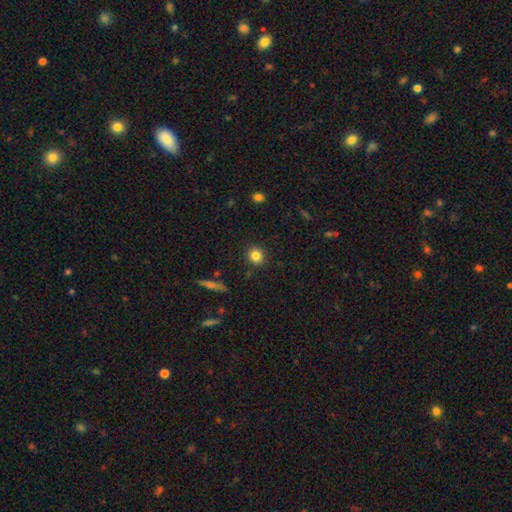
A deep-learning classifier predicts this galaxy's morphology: Smooth or featured?
  - smooth: 83% *
  - star or artifact: 11%
  - featured or disk: 6%
How rounded?
  - round: 87% *
  - in between: 12%
  - cigar-shaped: 1%
Merging?
  - none: 90% *
  - minor disturbance: 6%
  - major disturbance: 2%
  - merger: 1%